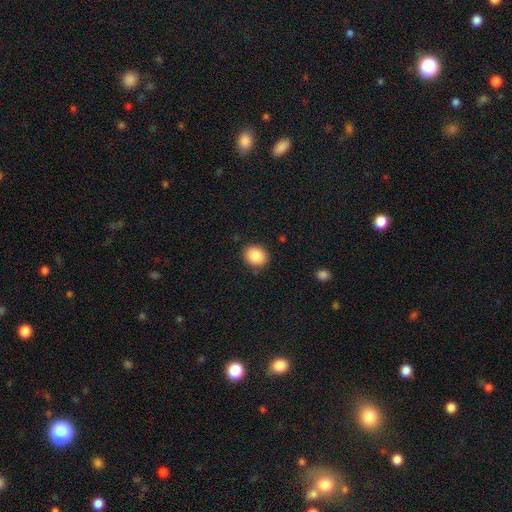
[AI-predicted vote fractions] Q: Smooth or featured?
A: smooth (86%); runner-up: star or artifact (8%)
Q: How rounded?
A: round (62%); runner-up: in between (37%)
Q: Merging?
A: none (87%); runner-up: minor disturbance (9%)